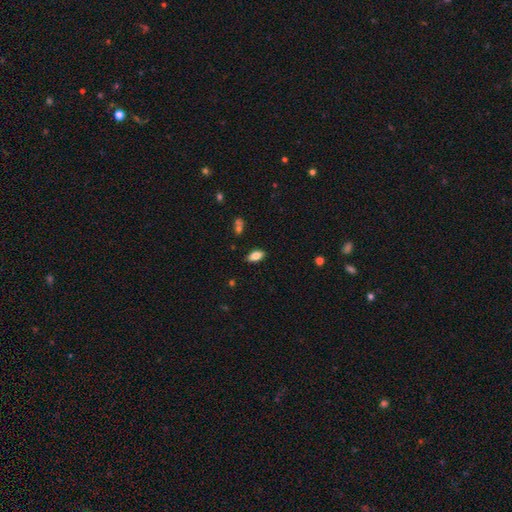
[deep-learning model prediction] The model was most divided on "smooth or featured": smooth: 79%, featured or disk: 13%, star or artifact: 8%. More confident: how rounded — in between (89%); merging — none (86%).